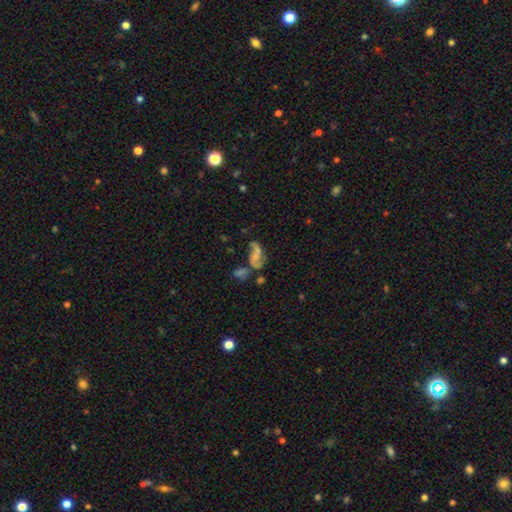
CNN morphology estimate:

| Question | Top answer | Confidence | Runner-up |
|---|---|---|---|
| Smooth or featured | featured or disk | 65% | smooth (23%) |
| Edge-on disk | no | 96% | yes (4%) |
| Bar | no | 59% | weak (32%) |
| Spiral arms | yes | 81% | no (19%) |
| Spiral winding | loose | 71% | medium (23%) |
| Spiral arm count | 2 | 82% | 1 (8%) |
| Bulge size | small | 41% | none (32%) |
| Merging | merger | 34% | none (30%) |